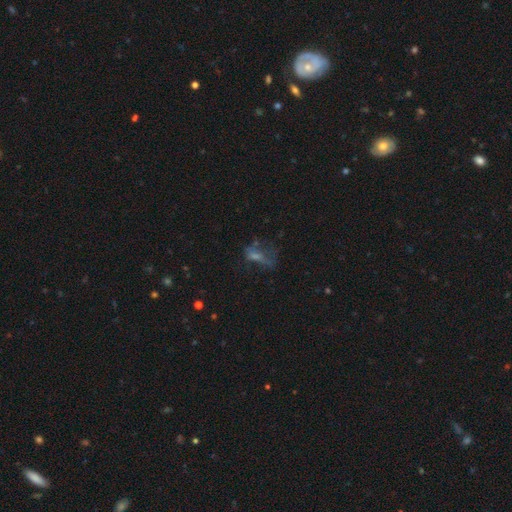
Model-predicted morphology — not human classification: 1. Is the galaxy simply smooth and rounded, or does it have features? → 37% featured or disk, 34% smooth, 29% star or artifact.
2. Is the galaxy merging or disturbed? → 38% major disturbance, 37% none, 20% minor disturbance, 5% merger.